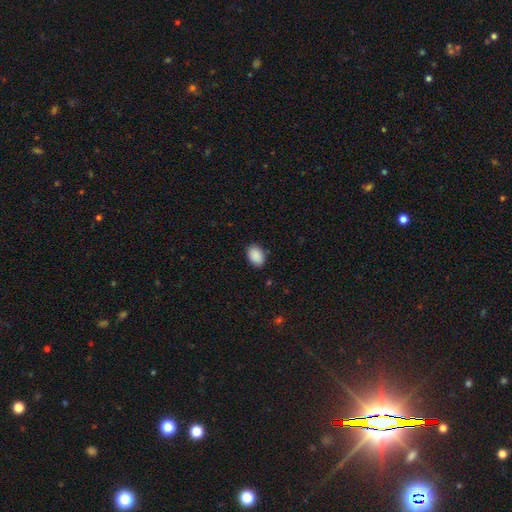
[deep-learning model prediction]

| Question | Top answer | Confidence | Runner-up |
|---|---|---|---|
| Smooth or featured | smooth | 90% | star or artifact (7%) |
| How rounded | in between | 85% | round (14%) |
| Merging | none | 86% | minor disturbance (11%) |